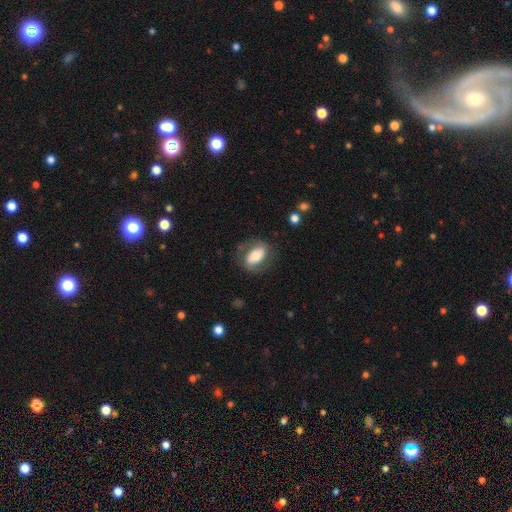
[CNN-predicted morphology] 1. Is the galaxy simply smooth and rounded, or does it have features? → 53% smooth, 40% featured or disk, 7% star or artifact.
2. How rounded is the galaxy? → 86% in between, 11% round, 3% cigar-shaped.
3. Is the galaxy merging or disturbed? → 72% none, 16% minor disturbance, 10% major disturbance, 1% merger.